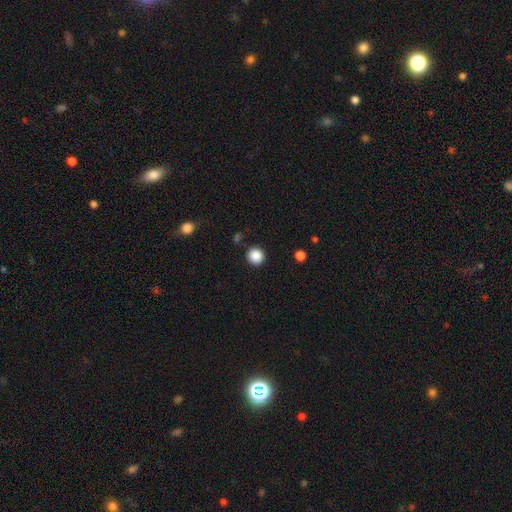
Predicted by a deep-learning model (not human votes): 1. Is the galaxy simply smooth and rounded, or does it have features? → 88% smooth, 10% star or artifact, 3% featured or disk.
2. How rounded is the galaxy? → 92% round, 7% in between, 1% cigar-shaped.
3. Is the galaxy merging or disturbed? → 89% none, 6% minor disturbance, 2% major disturbance, 2% merger.